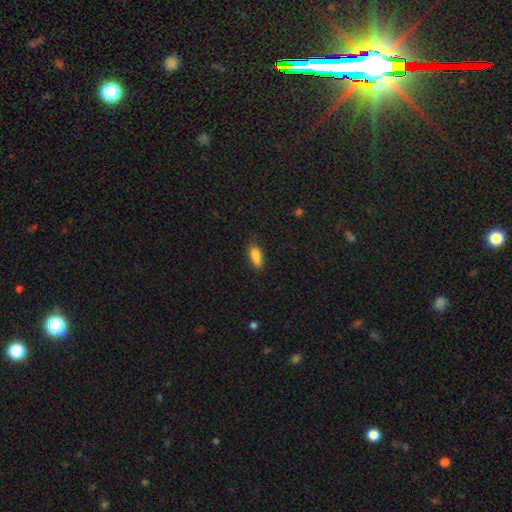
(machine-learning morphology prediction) Smooth or featured?
  - smooth: 84% *
  - star or artifact: 9%
  - featured or disk: 7%
How rounded?
  - in between: 72% *
  - cigar-shaped: 25%
  - round: 3%
Merging?
  - none: 66% *
  - minor disturbance: 25%
  - major disturbance: 6%
  - merger: 3%